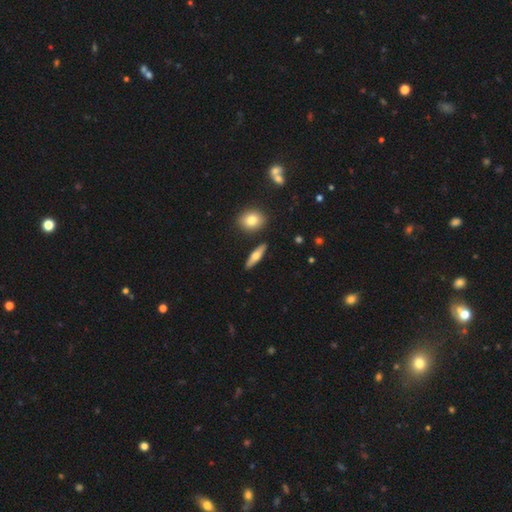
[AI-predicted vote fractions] smooth 57%, featured or disk 37%, star or artifact 6%. Down the decision tree: how rounded — cigar-shaped (58%); merging — none (87%).